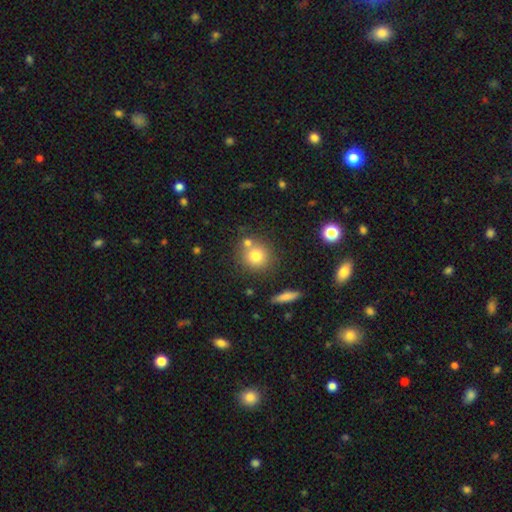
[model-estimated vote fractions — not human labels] smooth 77%, featured or disk 12%, star or artifact 11%. Down the decision tree: how rounded — round (88%); merging — none (66%).